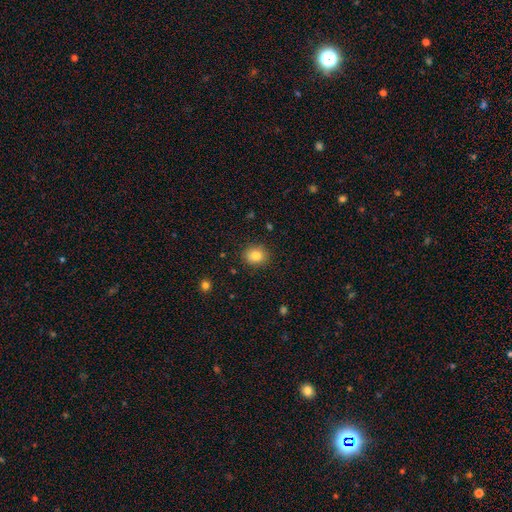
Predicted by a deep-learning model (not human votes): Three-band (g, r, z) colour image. It shows a smooth galaxy with no disk features (82%) that is round (71%). Merging: none (89%).